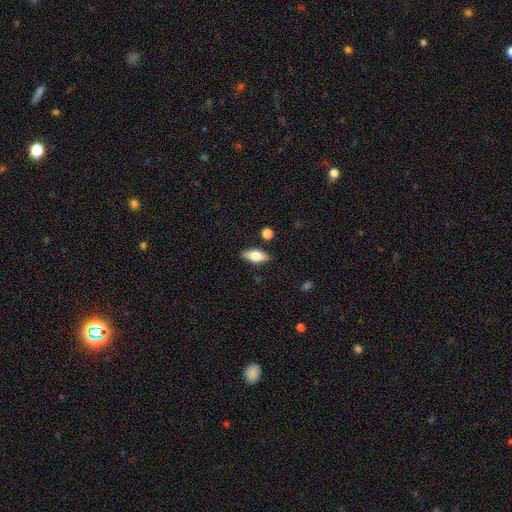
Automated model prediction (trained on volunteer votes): smooth 67%, featured or disk 26%, star or artifact 7%. Down the decision tree: how rounded — in between (81%); merging — none (84%).